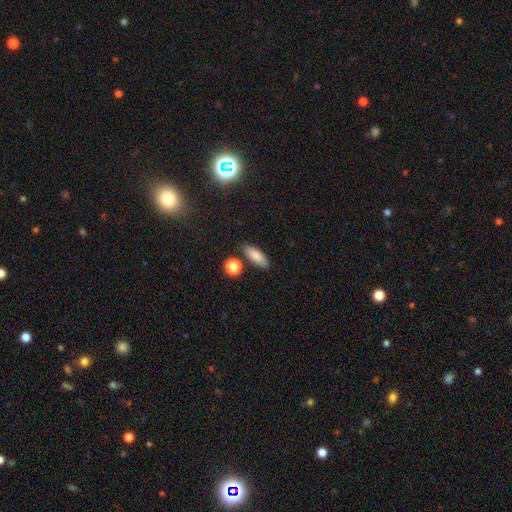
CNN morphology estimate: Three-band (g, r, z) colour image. It shows a smooth galaxy with no disk features (84%) that is in between round and cigar-shaped (64%). Merging: none (82%).